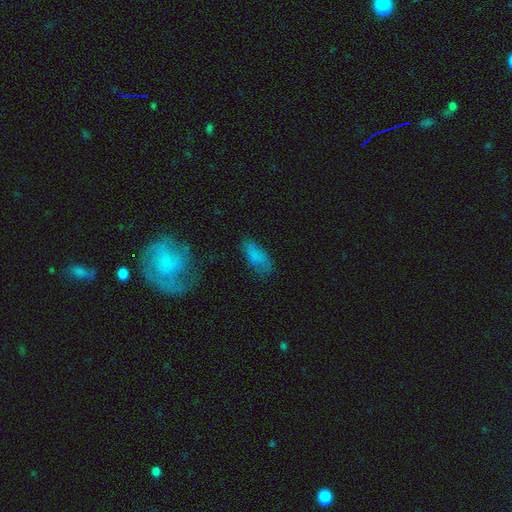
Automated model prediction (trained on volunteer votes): Smooth or featured?
  - smooth: 76% *
  - featured or disk: 14%
  - star or artifact: 10%
How rounded?
  - in between: 81% *
  - cigar-shaped: 16%
  - round: 3%
Merging?
  - none: 64% *
  - minor disturbance: 23%
  - major disturbance: 10%
  - merger: 4%